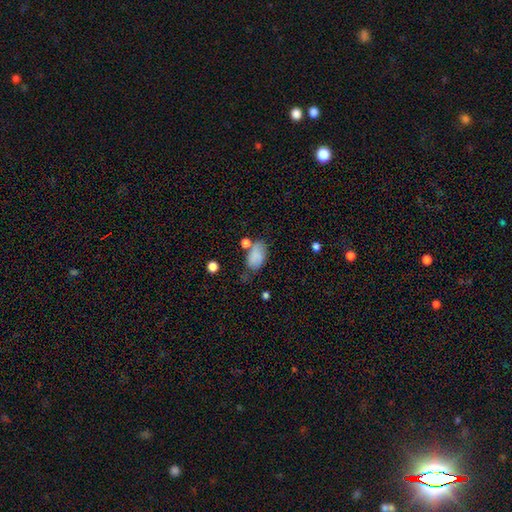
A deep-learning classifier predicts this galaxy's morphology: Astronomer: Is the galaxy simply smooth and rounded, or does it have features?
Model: smooth — 82%.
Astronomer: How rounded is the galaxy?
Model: in between — 91%.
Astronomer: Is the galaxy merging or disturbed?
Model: none — 53%.